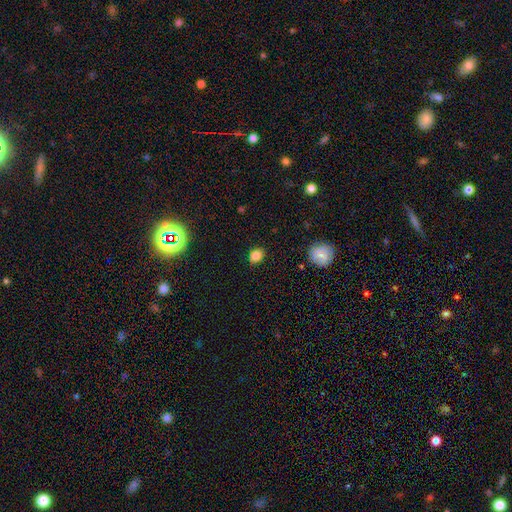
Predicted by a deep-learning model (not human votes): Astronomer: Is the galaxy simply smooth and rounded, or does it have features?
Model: smooth — 83%.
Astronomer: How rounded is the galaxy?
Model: round — 53% (runner-up: in between, 46%).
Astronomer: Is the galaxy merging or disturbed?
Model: none — 85%.